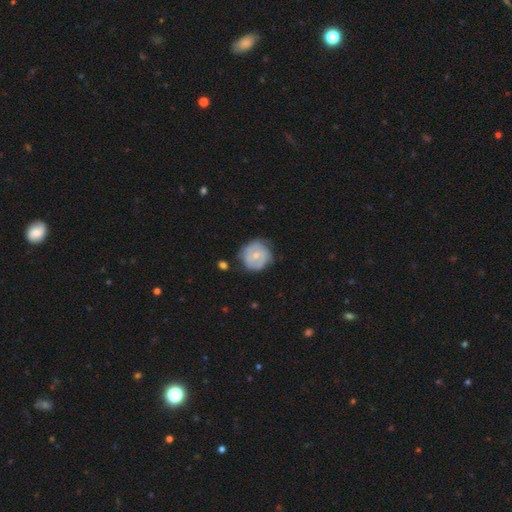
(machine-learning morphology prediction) Overall: featured or disk (58%; smooth 36%). Edge-on disk: no (97%). Bar: no (61%; weak 33%). Spiral arms: yes (73%). Bulge size: small (54%; moderate 42%). Merging: none (67%).